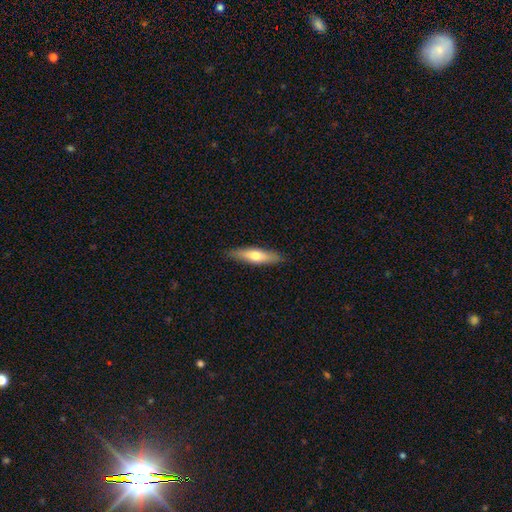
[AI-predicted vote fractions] A smooth galaxy with no disk features (58%) that is cigar-shaped (69%). Merging: none (87%).